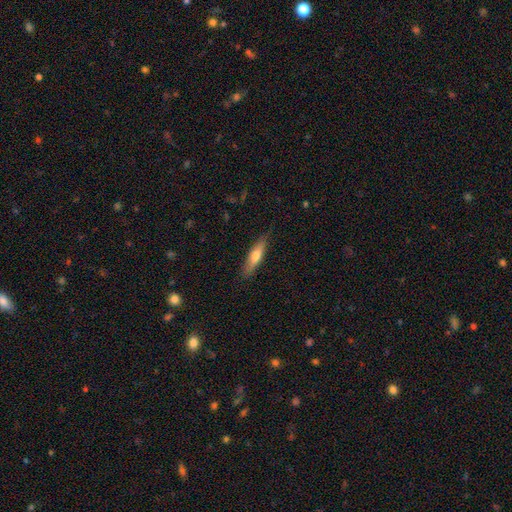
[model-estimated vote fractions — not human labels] smooth-or-featured: smooth: 61% | featured or disk: 33% | star or artifact: 6%
  how-rounded: cigar-shaped: 75% | in between: 23% | round: 2%
  merging: none: 83% | minor disturbance: 13% | major disturbance: 2% | merger: 1%